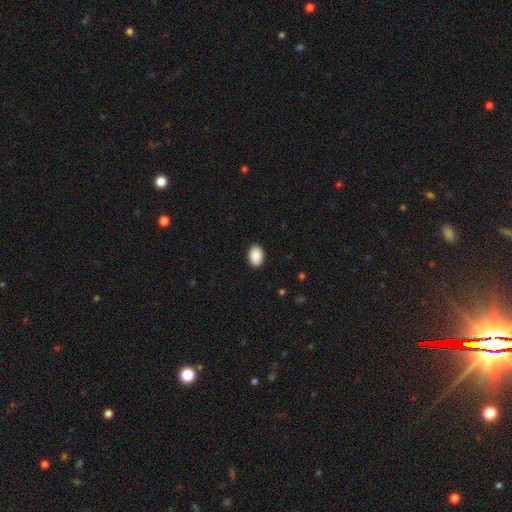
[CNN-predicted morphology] Smooth or featured?
  - smooth: 91% *
  - star or artifact: 7%
  - featured or disk: 2%
How rounded?
  - in between: 80% *
  - round: 19%
  - cigar-shaped: 1%
Merging?
  - none: 90% *
  - minor disturbance: 7%
  - major disturbance: 2%
  - merger: 1%